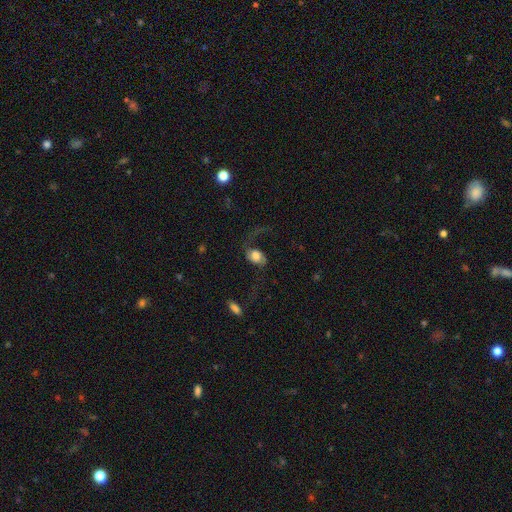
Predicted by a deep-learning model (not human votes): Smooth or featured? featured or disk (50%)
Edge-on disk? no (94%)
Merging? none (42%)